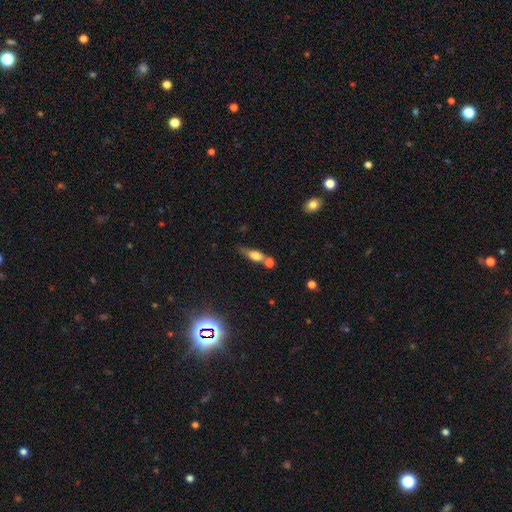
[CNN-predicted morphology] Smooth or featured?
  - smooth: 58% *
  - featured or disk: 31%
  - star or artifact: 11%
How rounded?
  - in between: 52% *
  - cigar-shaped: 38%
  - round: 10%
Merging?
  - merger: 41% *
  - none: 38%
  - minor disturbance: 14%
  - major disturbance: 7%